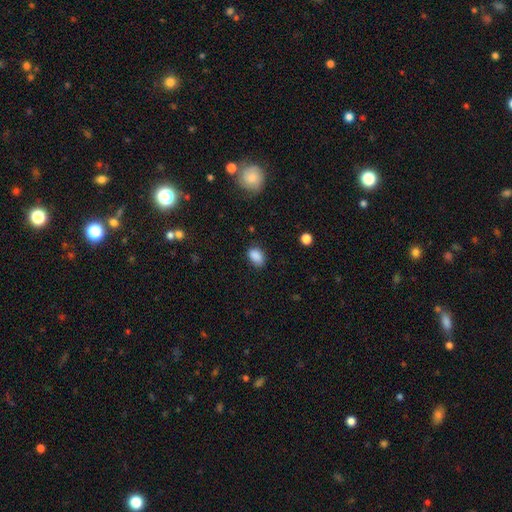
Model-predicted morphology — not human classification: smooth 87%, star or artifact 9%, featured or disk 4%. Down the decision tree: how rounded — in between (81%); merging — none (75%).